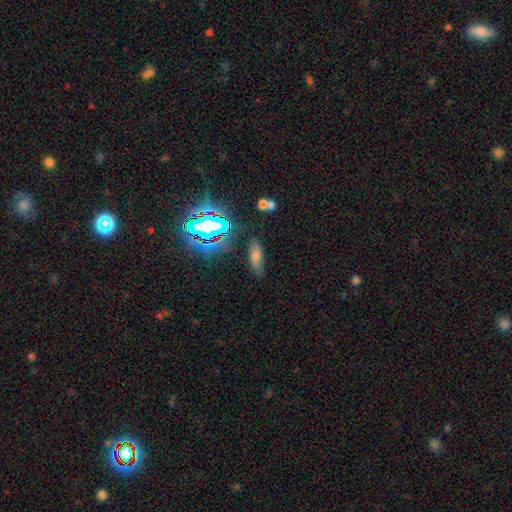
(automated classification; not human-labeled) smooth-or-featured: smooth: 53% | star or artifact: 30% | featured or disk: 17%
  how-rounded: in between: 58% | cigar-shaped: 37% | round: 6%
  merging: none: 74% | minor disturbance: 16% | major disturbance: 6% | merger: 4%